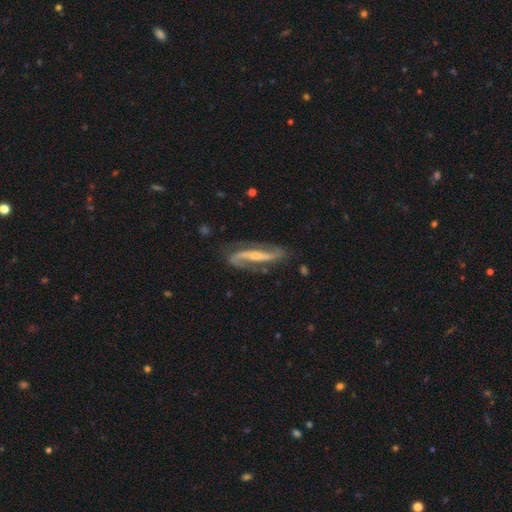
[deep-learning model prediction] Morphology: type=featured or disk (89%); edge-on=no (86%); bar=strong (54%); spiral arms=yes (97%); winding=loose (42%); arm count=2 (92%); bulge=small (54%); merging=none (75%).